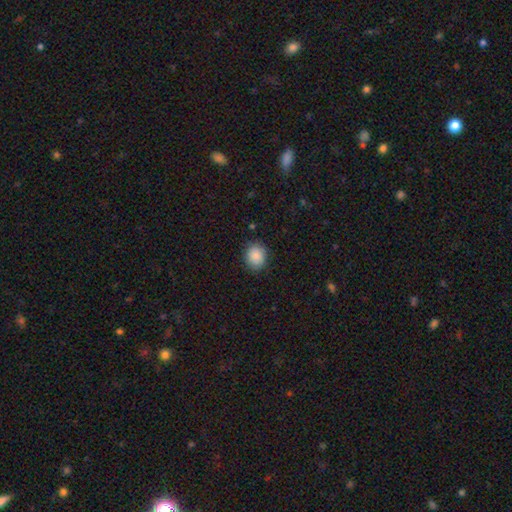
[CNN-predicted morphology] This is clearly a smooth galaxy (88%). How rounded: likely round (65%). Merging: clearly none (85%).